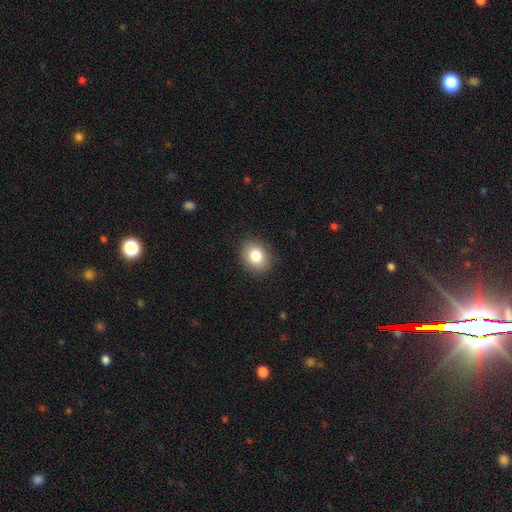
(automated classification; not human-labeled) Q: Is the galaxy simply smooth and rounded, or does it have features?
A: smooth — 83%.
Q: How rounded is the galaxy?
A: in between — 50%, tied with round.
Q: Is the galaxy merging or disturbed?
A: none — 87%.